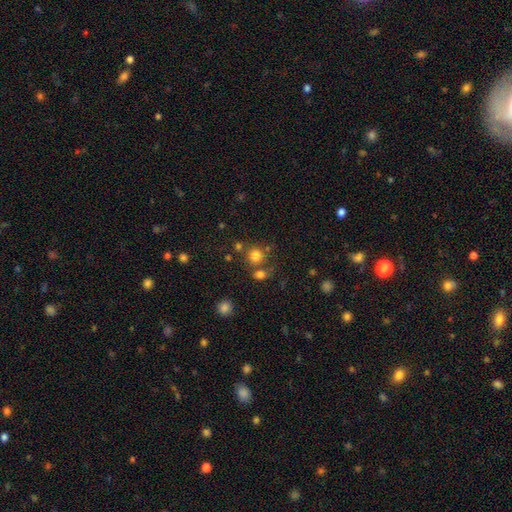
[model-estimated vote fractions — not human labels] Smooth or featured: smooth — 78% (star or artifact — 15%)
How rounded: round — 88% (in between — 11%)
Merging: none — 68% (merger — 19%)